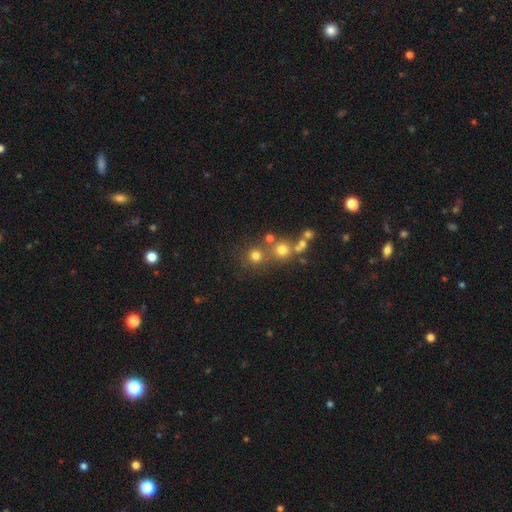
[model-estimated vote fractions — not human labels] A smooth galaxy with no disk features (70%) that is round (91%).

Vote fractions:
- Smooth or featured? smooth: 70% / star or artifact: 19% / featured or disk: 11%
- How rounded? round: 91% / in between: 8% / cigar-shaped: 1%
- Merging? none: 64% / merger: 24% / minor disturbance: 8% / major disturbance: 4%